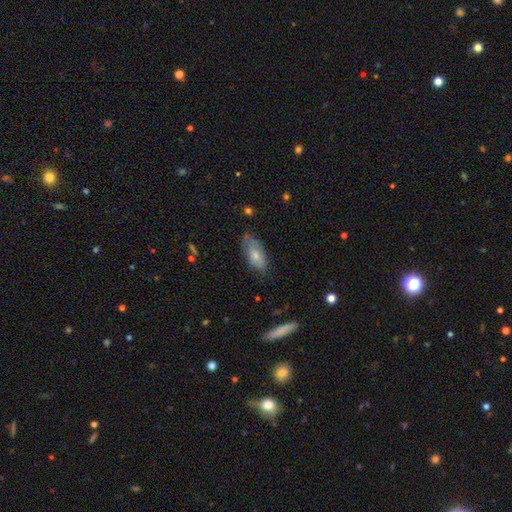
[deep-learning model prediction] Smooth or featured? smooth (71%)
How rounded? in between (90%)
Merging? none (52%)